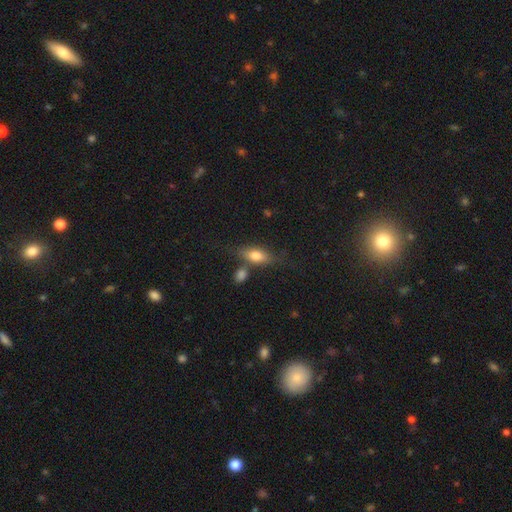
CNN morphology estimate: Smooth or featured? smooth (72%)
How rounded? in between (77%)
Merging? none (59%)